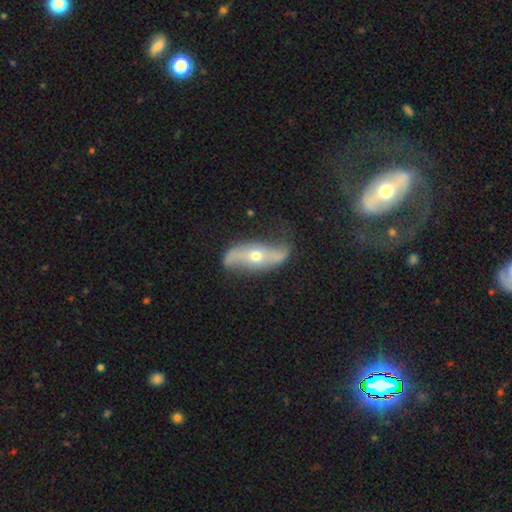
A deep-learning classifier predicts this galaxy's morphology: smooth-or-featured: featured or disk: 73% | smooth: 17% | star or artifact: 10%
  disk-edge-on: no: 82% | yes: 18%
    bar: no: 56% | weak: 22% | strong: 22%
    has-spiral-arms: yes: 72% | no: 28%
    bulge-size: moderate: 58% | small: 35% | large: 4% | dominant: 1% | none: 1%
  merging: none: 62% | minor disturbance: 17% | major disturbance: 15% | merger: 5%